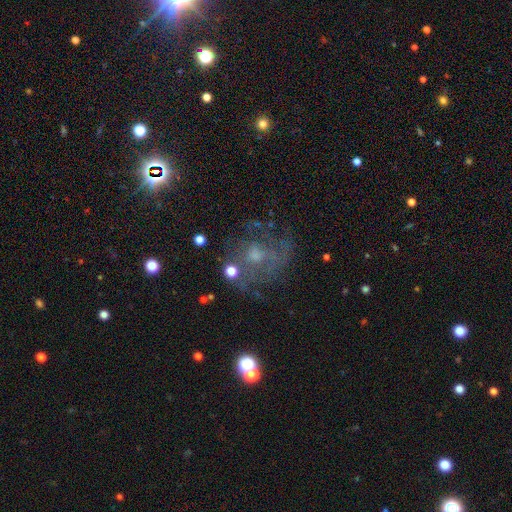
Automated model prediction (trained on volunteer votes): A featured or disk galaxy (56%) with no bar (76%), spiral arms (57%) and a small central bulge (41%). Merging: none (54%).